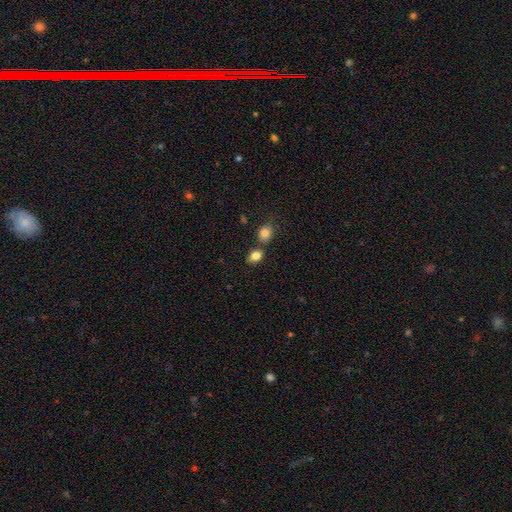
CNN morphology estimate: type=smooth (84%); roundness=in between (73%); merging=none (61%).